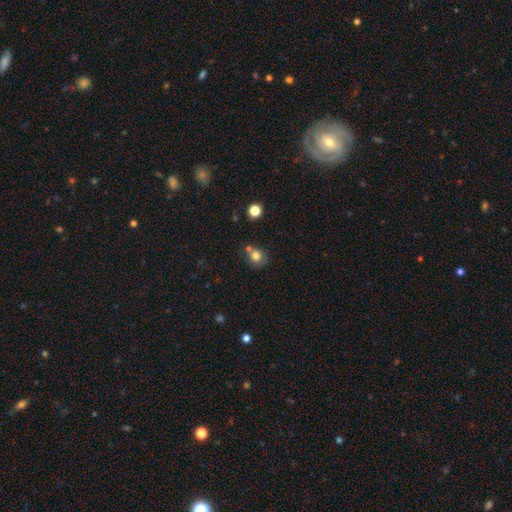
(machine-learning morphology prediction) The model was most divided on "merging": none: 55%, merger: 25%, minor disturbance: 15%, major disturbance: 5%. More confident: smooth or featured — smooth (78%); how rounded — round (77%).